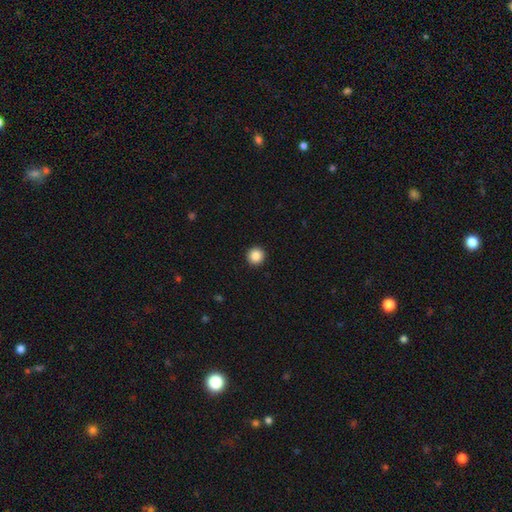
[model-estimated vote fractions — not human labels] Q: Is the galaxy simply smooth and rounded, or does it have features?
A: smooth — 88%.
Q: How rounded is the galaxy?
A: round — 95%.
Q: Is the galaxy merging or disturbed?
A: none — 93%.